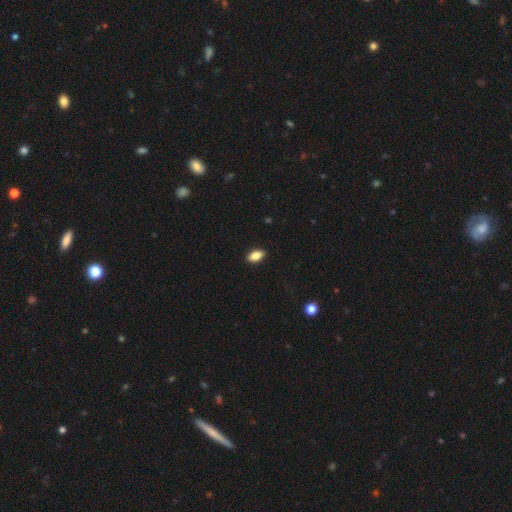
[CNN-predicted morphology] Q: Smooth or featured?
A: smooth (85%); runner-up: star or artifact (8%)
Q: How rounded?
A: in between (91%); runner-up: cigar-shaped (5%)
Q: Merging?
A: none (90%); runner-up: minor disturbance (7%)